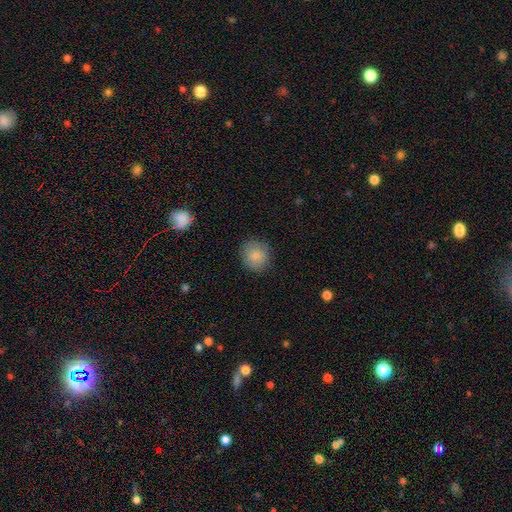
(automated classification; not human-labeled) smooth_or_featured: smooth (p=0.85) [alt: star or artifact p=0.08]
how_rounded: round (p=0.87) [alt: in between p=0.12]
merging: none (p=0.86) [alt: minor disturbance p=0.10]